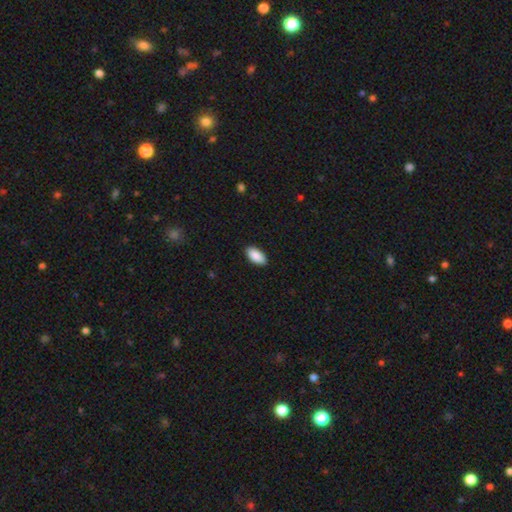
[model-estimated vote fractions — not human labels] Q: Smooth or featured?
A: smooth (90%); runner-up: star or artifact (6%)
Q: How rounded?
A: in between (94%); runner-up: cigar-shaped (4%)
Q: Merging?
A: none (90%); runner-up: minor disturbance (8%)